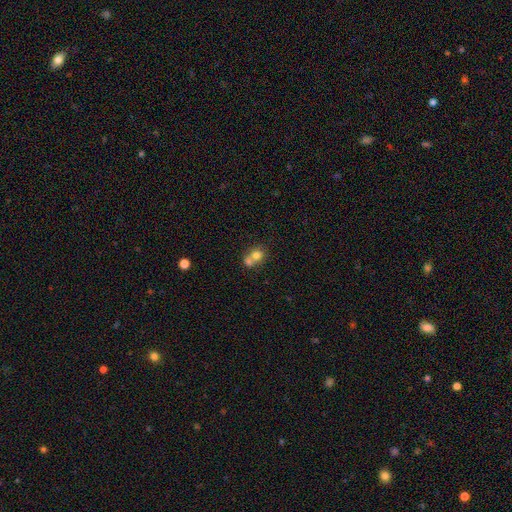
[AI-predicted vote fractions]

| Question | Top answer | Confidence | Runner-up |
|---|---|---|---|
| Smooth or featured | smooth | 71% | featured or disk (18%) |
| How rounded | round | 68% | in between (31%) |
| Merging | merger | 63% | none (27%) |